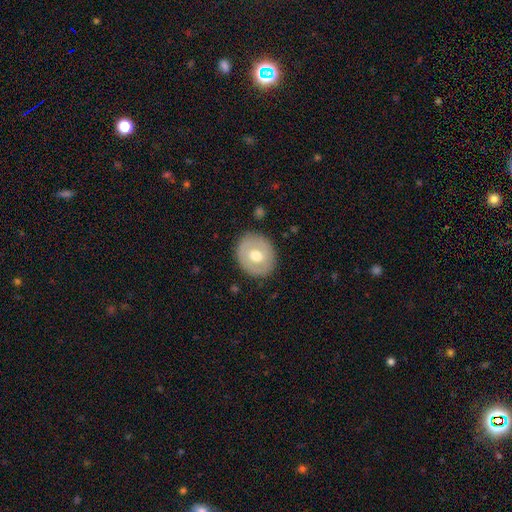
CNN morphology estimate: smooth-or-featured: smooth: 56% | featured or disk: 38% | star or artifact: 6%
  how-rounded: round: 71% | in between: 28% | cigar-shaped: 1%
  merging: none: 86% | minor disturbance: 10% | major disturbance: 3% | merger: 1%